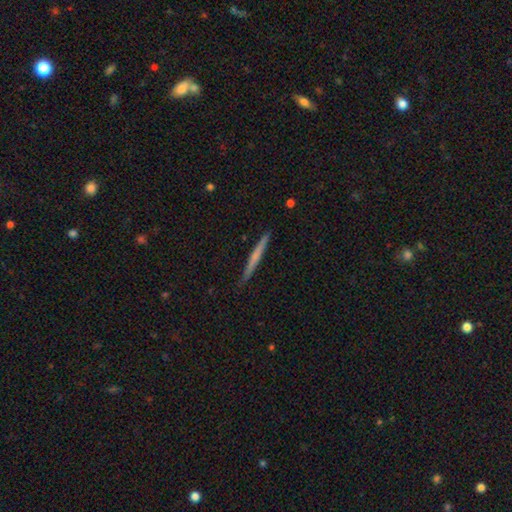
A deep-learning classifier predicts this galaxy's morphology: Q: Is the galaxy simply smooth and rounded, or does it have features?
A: smooth — 49%.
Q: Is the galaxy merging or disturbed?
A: none — 90%.